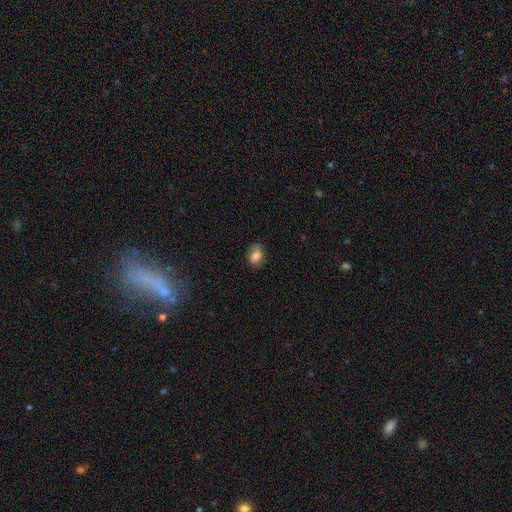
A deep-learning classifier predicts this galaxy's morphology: This appears to be a smooth galaxy with no disk features (82%) that is in between round and cigar-shaped (73%). Merging: none (81%).